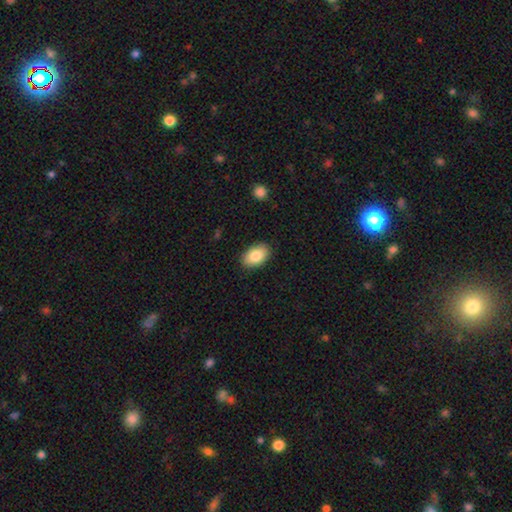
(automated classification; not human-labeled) This is clearly a smooth galaxy (84%). How rounded: clearly in between (92%). Merging: clearly none (87%).